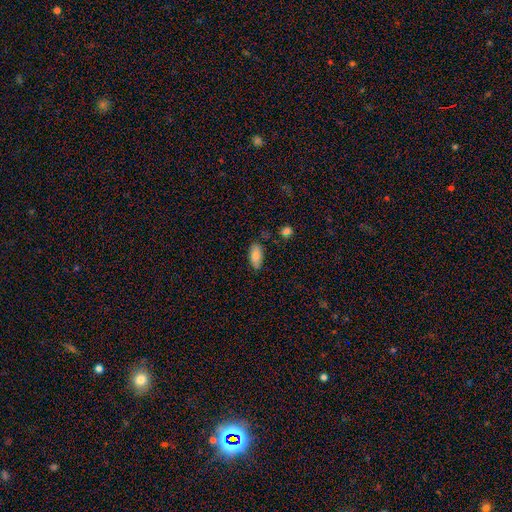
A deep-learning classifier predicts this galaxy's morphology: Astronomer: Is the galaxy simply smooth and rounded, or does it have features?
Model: smooth — 84%.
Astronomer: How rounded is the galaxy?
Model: in between — 91%.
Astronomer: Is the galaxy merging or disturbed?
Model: none — 76%.